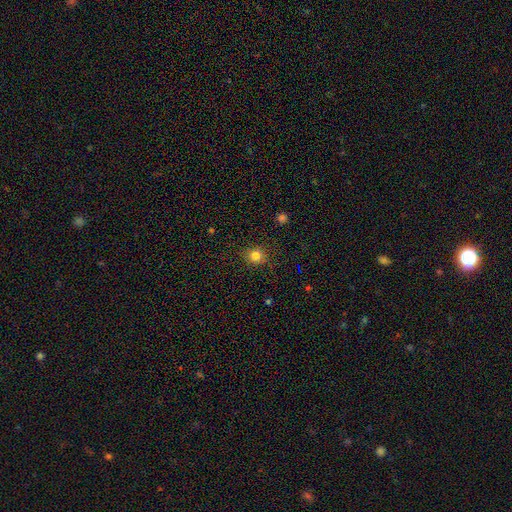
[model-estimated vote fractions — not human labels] smooth-or-featured: smooth: 81% | star or artifact: 13% | featured or disk: 6%
  how-rounded: round: 83% | in between: 16% | cigar-shaped: 1%
  merging: none: 87% | minor disturbance: 9% | major disturbance: 3% | merger: 1%